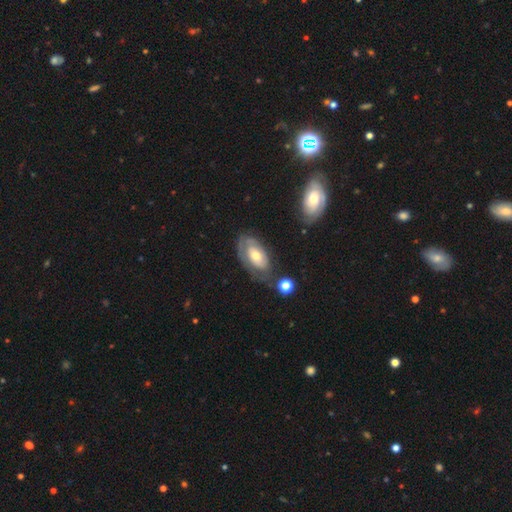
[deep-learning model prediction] featured or disk 62%, smooth 31%, star or artifact 6%. Down the decision tree: edge-on disk — no (92%); bar — no (78%); spiral arms — yes (61%); bulge size — moderate (58%); merging — none (55%).